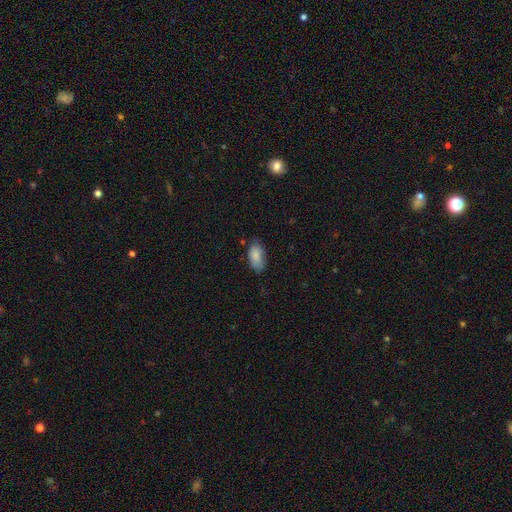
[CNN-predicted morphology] A smooth galaxy with no disk features (85%) that is in between round and cigar-shaped (93%).

Vote fractions:
- Smooth or featured? smooth: 85% / star or artifact: 7% / featured or disk: 7%
- How rounded? in between: 93% / round: 4% / cigar-shaped: 3%
- Merging? none: 65% / minor disturbance: 27% / major disturbance: 6% / merger: 2%